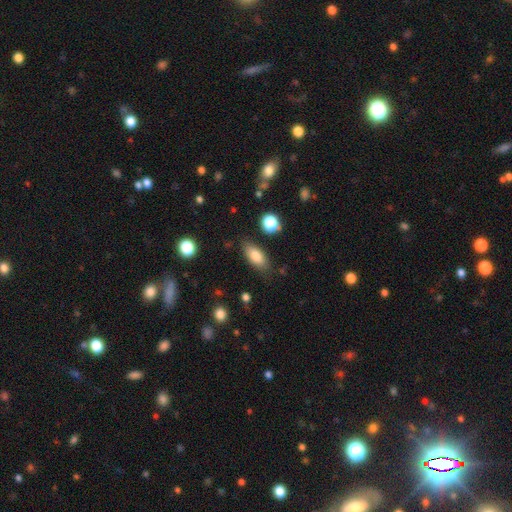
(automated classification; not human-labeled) The model was most divided on "merging": none: 81%, minor disturbance: 13%, major disturbance: 3%, merger: 3%. More confident: how rounded — in between (83%); smooth or featured — smooth (81%).